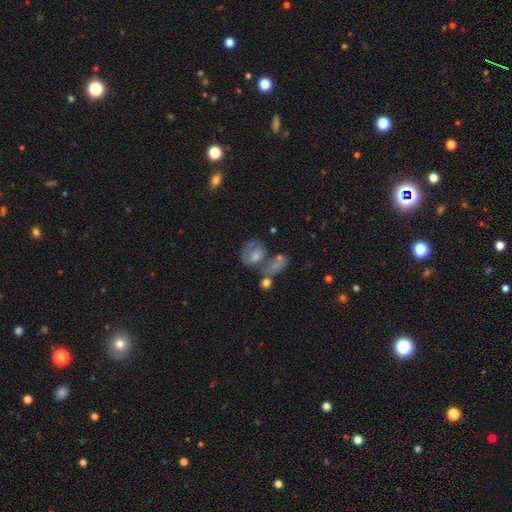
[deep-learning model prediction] Smooth or featured: featured or disk — 34% (smooth — 33%)
Merging: none — 47% (merger — 30%)